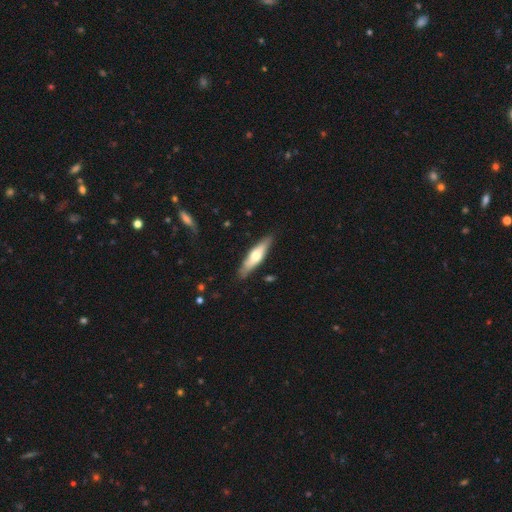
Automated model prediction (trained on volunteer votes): Morphology: type=smooth (52%); roundness=cigar-shaped (69%); merging=none (85%).